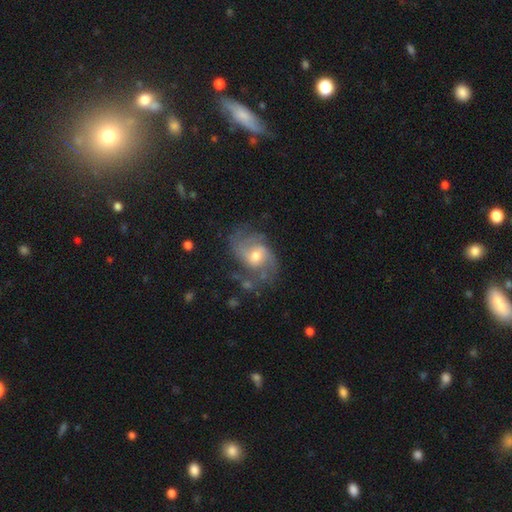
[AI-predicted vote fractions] A featured or disk galaxy (80%) with no bar (53%), 2 (45%) medium (46%) spiral arms (92%) and a moderate central bulge (65%).

Vote fractions:
- Smooth or featured? featured or disk: 80% / smooth: 13% / star or artifact: 8%
- Edge-on disk? no: 97% / yes: 3%
- Bar? no: 53% / weak: 40% / strong: 7%
- Spiral arms? yes: 92% / no: 8%
- Spiral winding? medium: 46% / loose: 29% / tight: 25%
- Spiral arm count? 2: 45% / can't tell: 22% / 3: 18% / 4: 5% / 1: 5% / more than 4: 4%
- Bulge size? moderate: 65% / small: 28% / large: 5% / none: 1% / dominant: 1%
- Merging? none: 61% / minor disturbance: 22% / major disturbance: 14% / merger: 3%